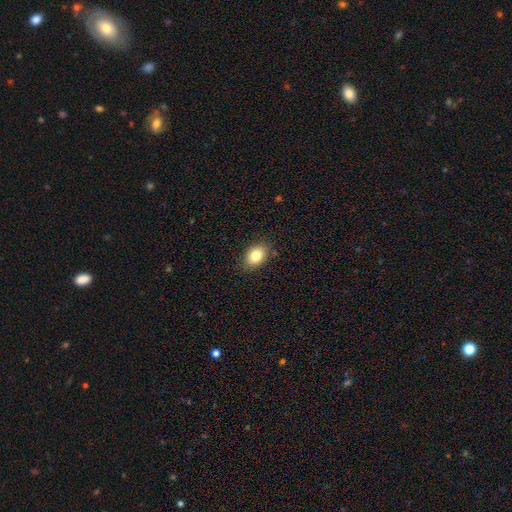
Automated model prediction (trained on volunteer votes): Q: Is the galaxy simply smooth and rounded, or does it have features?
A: smooth — 82%.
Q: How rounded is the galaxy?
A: in between — 78%.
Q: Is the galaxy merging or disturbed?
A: none — 83%.